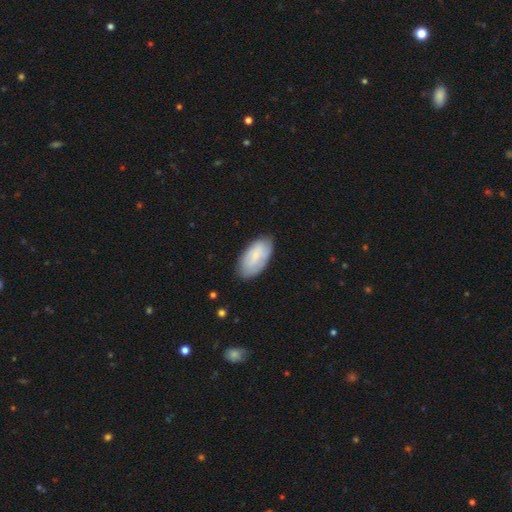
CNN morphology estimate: Smooth or featured? smooth (77%)
How rounded? in between (95%)
Merging? none (78%)